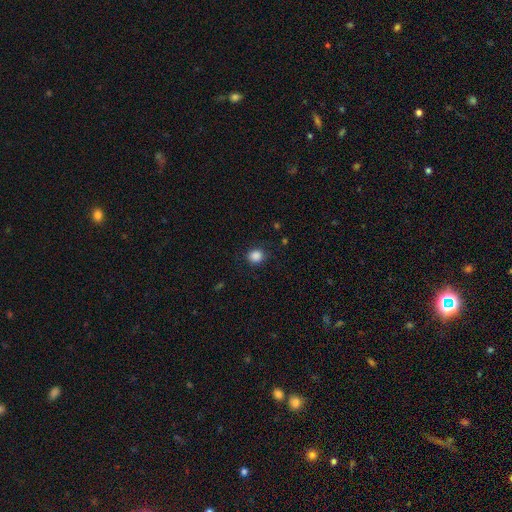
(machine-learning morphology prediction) Smooth or featured?
  - smooth: 87% *
  - star or artifact: 10%
  - featured or disk: 3%
How rounded?
  - round: 83% *
  - in between: 16%
  - cigar-shaped: 1%
Merging?
  - none: 87% *
  - minor disturbance: 9%
  - major disturbance: 3%
  - merger: 1%